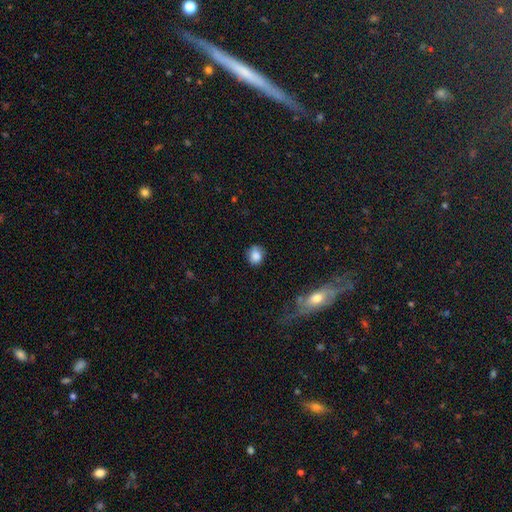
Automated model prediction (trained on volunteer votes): smooth 83%, star or artifact 9%, featured or disk 8%. Down the decision tree: how rounded — round (70%); merging — none (73%).